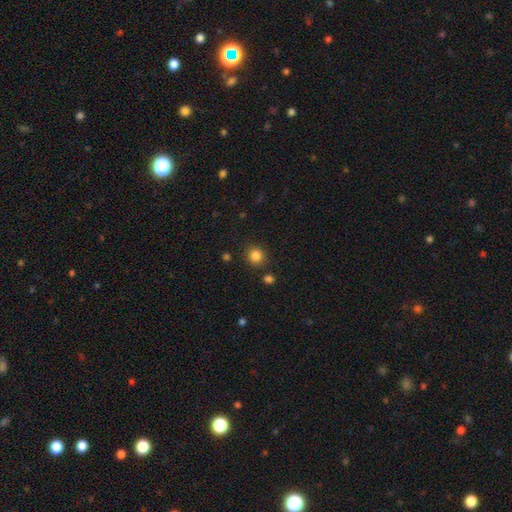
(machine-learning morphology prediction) A smooth galaxy with no disk features (85%) that is round (91%).

Vote fractions:
- Smooth or featured? smooth: 85% / star or artifact: 12% / featured or disk: 4%
- How rounded? round: 91% / in between: 8% / cigar-shaped: 1%
- Merging? none: 87% / minor disturbance: 7% / merger: 3% / major disturbance: 3%